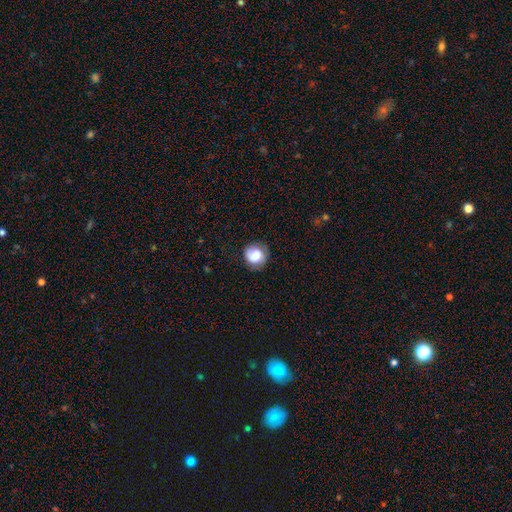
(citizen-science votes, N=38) Smooth or featured: smooth — 66% (featured or disk — 26%)
How rounded: round — 88% (in between — 12%)
Merging: none — 69% (minor disturbance — 26%)